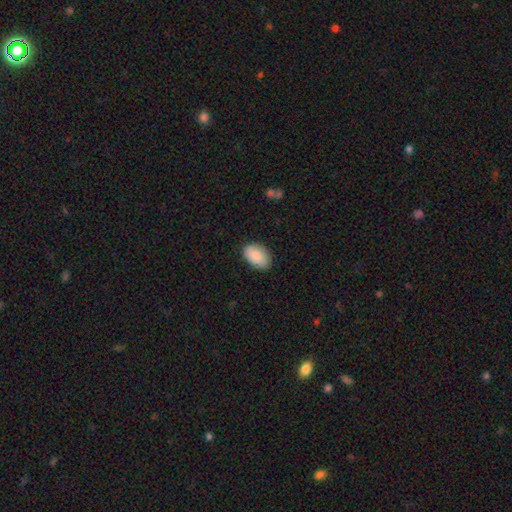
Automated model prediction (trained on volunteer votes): A smooth galaxy with no disk features (87%) that is in between round and cigar-shaped (91%).

Vote fractions:
- Smooth or featured? smooth: 87% / featured or disk: 7% / star or artifact: 6%
- How rounded? in between: 91% / round: 8% / cigar-shaped: 1%
- Merging? none: 83% / minor disturbance: 14% / major disturbance: 3% / merger: 1%